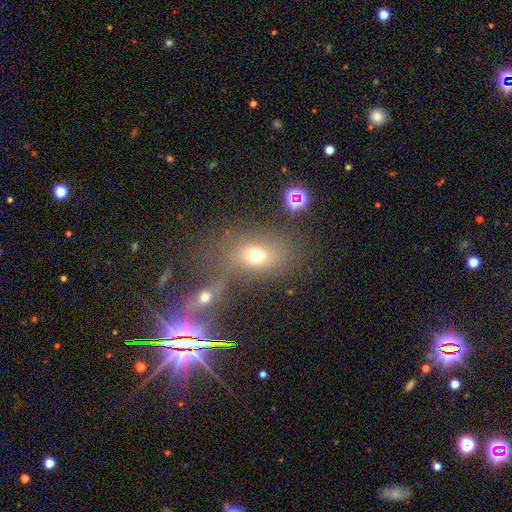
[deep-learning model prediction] Smooth or featured? smooth (66%)
How rounded? in between (62%)
Merging? none (43%)